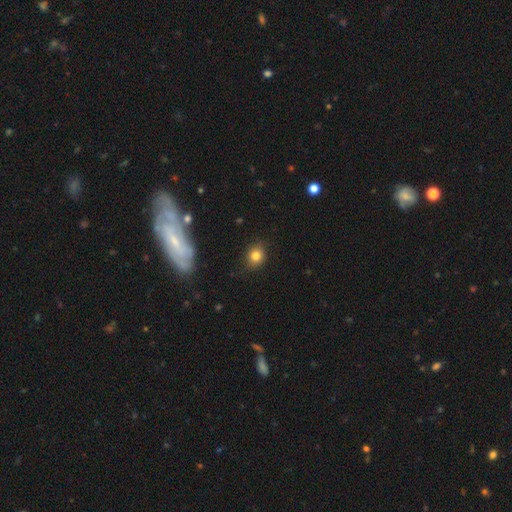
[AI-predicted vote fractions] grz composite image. It shows a smooth galaxy with no disk features (81%) that is round (66%). Merging: none (84%).